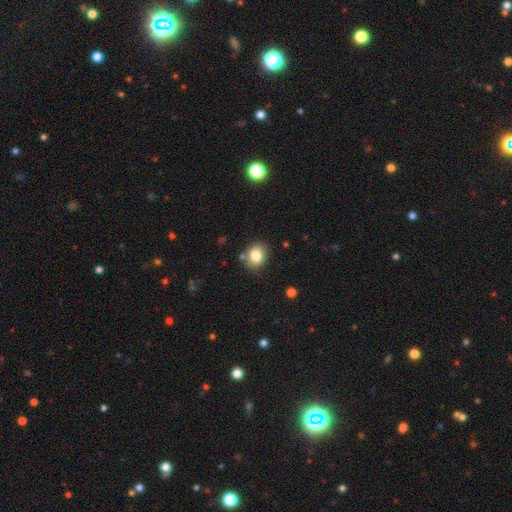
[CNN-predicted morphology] The model was most divided on "how rounded": round: 55%, in between: 44%, cigar-shaped: 1%. More confident: smooth or featured — smooth (81%); merging — none (79%).